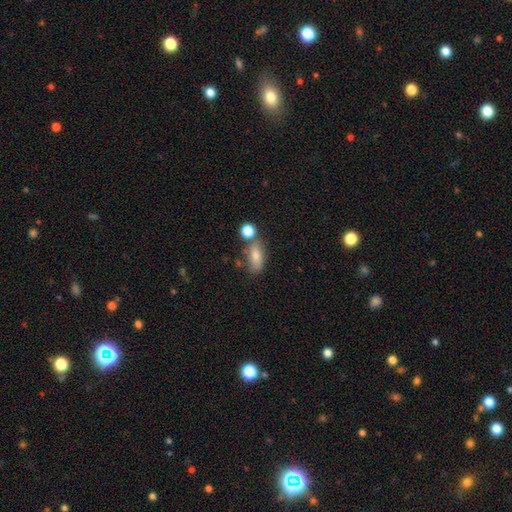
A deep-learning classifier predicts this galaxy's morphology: Overall: smooth (79%). How rounded: in between (77%). Merging: none (58%).